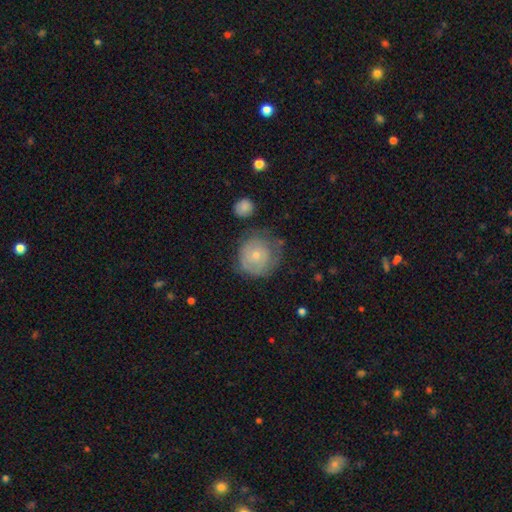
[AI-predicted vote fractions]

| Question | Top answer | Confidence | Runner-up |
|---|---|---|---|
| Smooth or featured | smooth | 55% | featured or disk (38%) |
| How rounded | round | 89% | in between (10%) |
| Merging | none | 57% | minor disturbance (26%) |